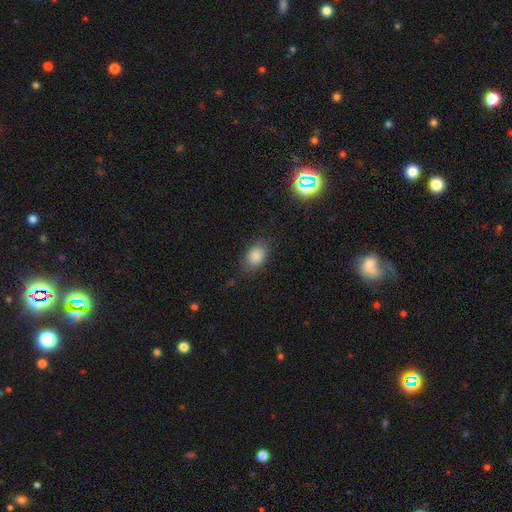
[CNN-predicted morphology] Smooth or featured? smooth (85%)
How rounded? in between (80%)
Merging? none (80%)